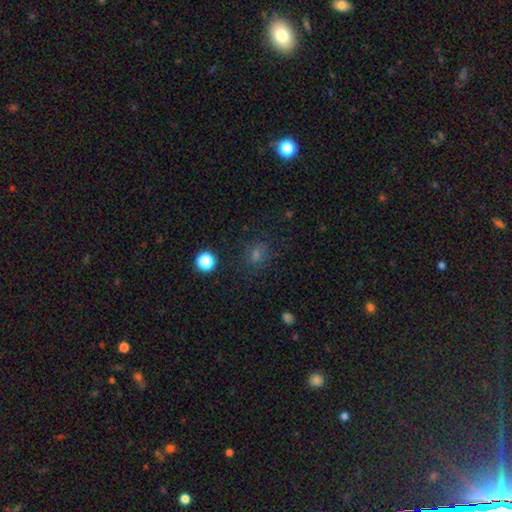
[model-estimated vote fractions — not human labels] smooth 58%, star or artifact 32%, featured or disk 10%. Down the decision tree: how rounded — round (71%); merging — none (81%).